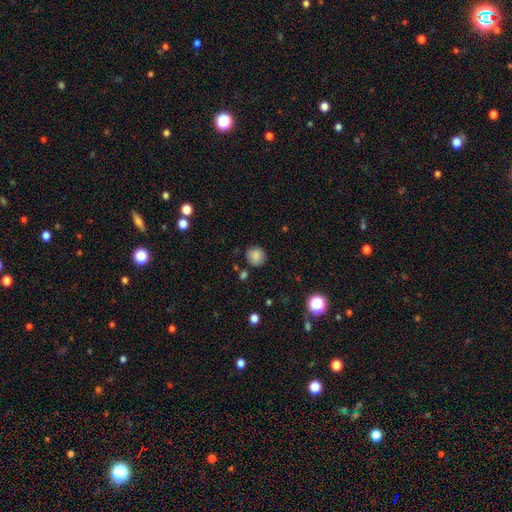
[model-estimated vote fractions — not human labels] Q: Smooth or featured?
A: smooth (85%); runner-up: star or artifact (10%)
Q: How rounded?
A: round (89%); runner-up: in between (10%)
Q: Merging?
A: none (82%); runner-up: minor disturbance (12%)